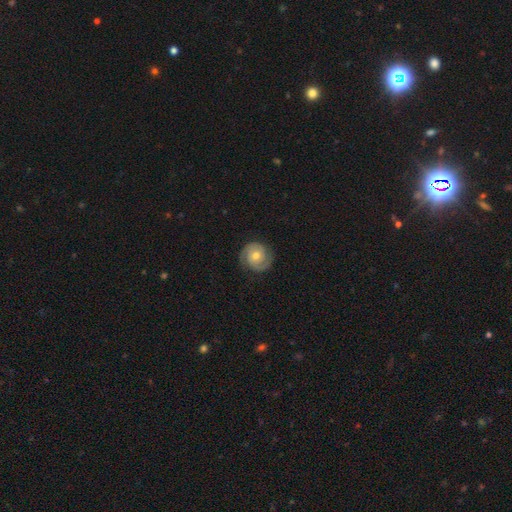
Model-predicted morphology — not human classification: Smooth or featured? Predicted: featured or disk (p=0.77). Edge-on disk? Predicted: no (p=0.98). Bar? Predicted: no (p=0.69). Spiral arms? Predicted: yes (p=0.94). Spiral winding? Predicted: tight (p=0.61). Spiral arm count? Predicted: 2 (p=0.86). Bulge size? Predicted: moderate (p=0.68). Merging? Predicted: none (p=0.82).